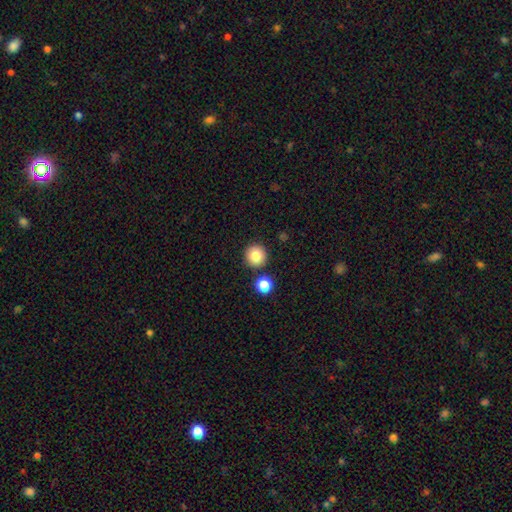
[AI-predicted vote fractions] smooth 83%, star or artifact 11%, featured or disk 7%. Down the decision tree: how rounded — round (95%); merging — none (87%).